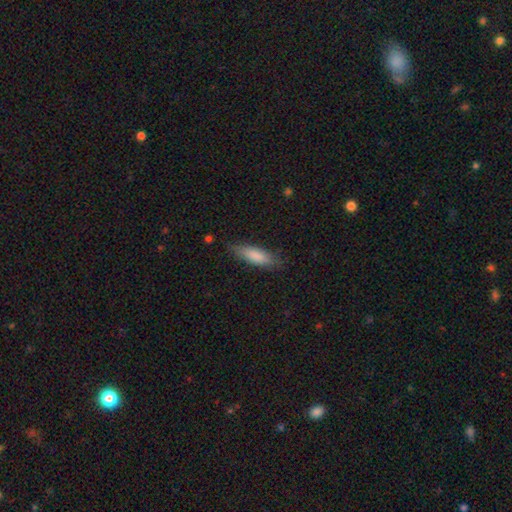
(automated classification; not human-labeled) Smooth or featured: smooth — 81% (featured or disk — 13%)
How rounded: cigar-shaped — 51% (in between — 47%)
Merging: none — 78% (minor disturbance — 17%)